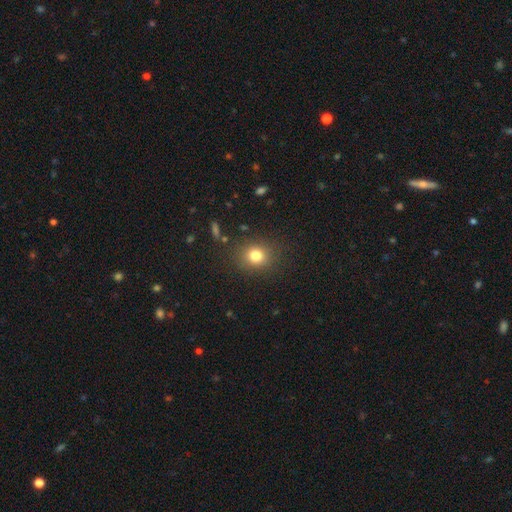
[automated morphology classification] This is likely a smooth galaxy (80%). How rounded: likely round (74%). Merging: clearly none (85%).